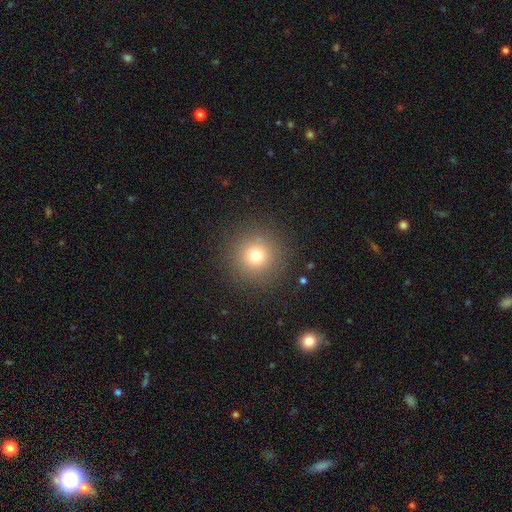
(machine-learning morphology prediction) smooth_or_featured: smooth (p=0.73) [alt: star or artifact p=0.17]
how_rounded: round (p=0.96) [alt: in between p=0.03]
merging: none (p=0.89) [alt: minor disturbance p=0.06]